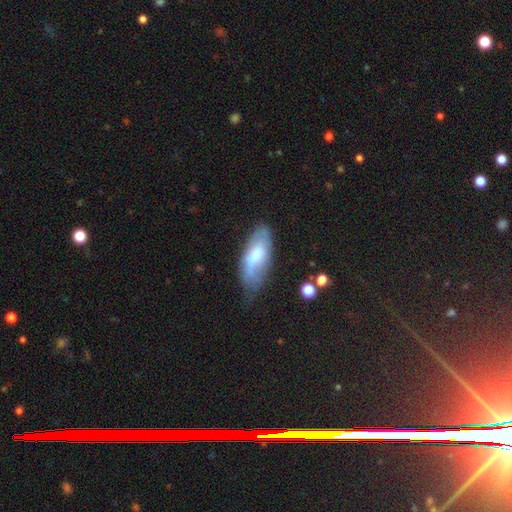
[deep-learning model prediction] This appears to be a smooth galaxy with no disk features (64%) that is in between round and cigar-shaped (84%). Merging: none (47%).